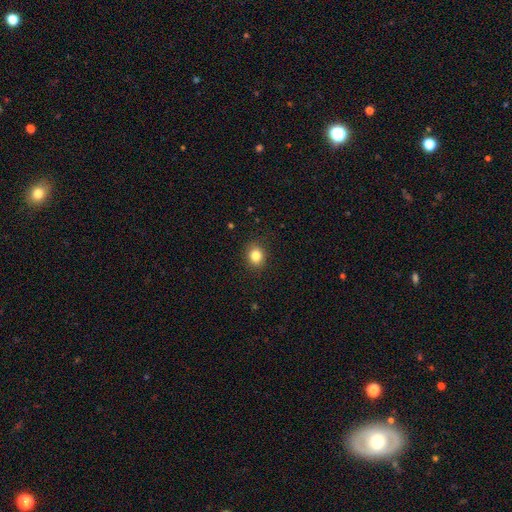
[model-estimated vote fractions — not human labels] Smooth or featured? Predicted: smooth (p=0.83). How rounded? Predicted: round (p=0.67). Merging? Predicted: none (p=0.89).